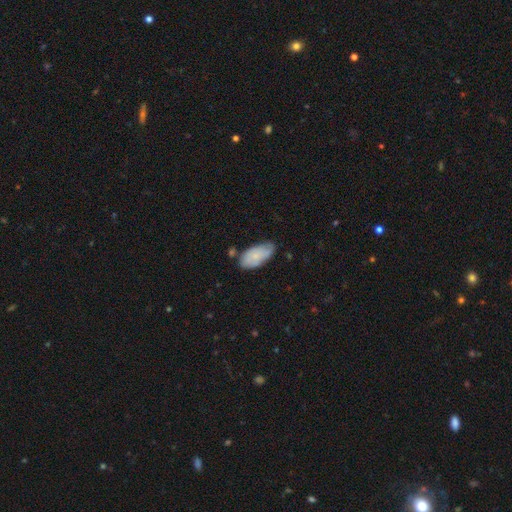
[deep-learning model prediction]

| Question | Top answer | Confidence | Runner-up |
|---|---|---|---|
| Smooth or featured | smooth | 74% | featured or disk (20%) |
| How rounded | in between | 92% | cigar-shaped (5%) |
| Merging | none | 60% | minor disturbance (29%) |